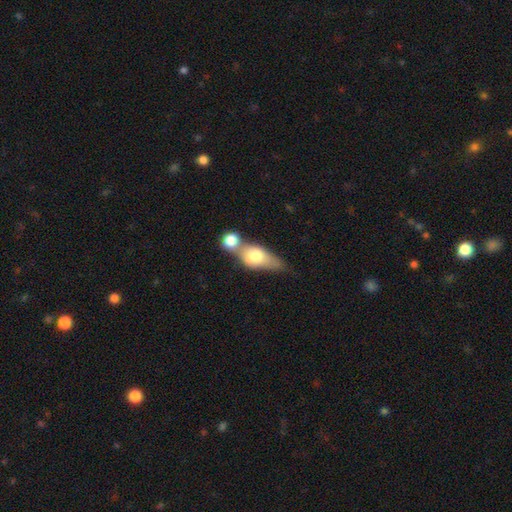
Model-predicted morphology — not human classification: Smooth or featured: smooth — 66% (featured or disk — 27%)
How rounded: in between — 68% (round — 18%)
Merging: merger — 64% (none — 19%)